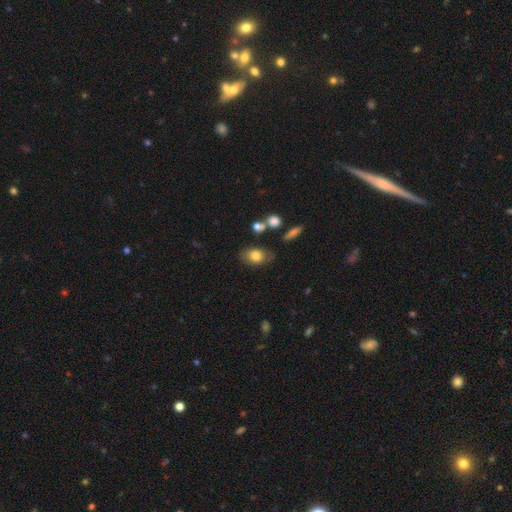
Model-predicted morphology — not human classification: Smooth or featured?
  - smooth: 74% *
  - featured or disk: 18%
  - star or artifact: 8%
How rounded?
  - in between: 83% *
  - round: 15%
  - cigar-shaped: 2%
Merging?
  - none: 71% *
  - minor disturbance: 18%
  - merger: 5%
  - major disturbance: 5%